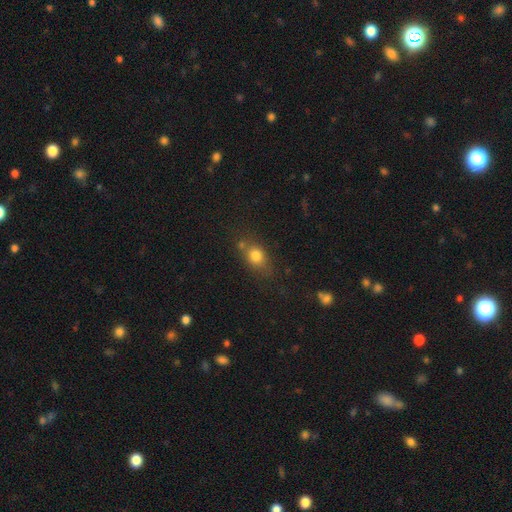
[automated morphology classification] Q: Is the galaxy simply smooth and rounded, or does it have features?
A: smooth — 77%.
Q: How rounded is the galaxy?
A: in between — 54%.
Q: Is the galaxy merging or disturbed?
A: none — 60%.